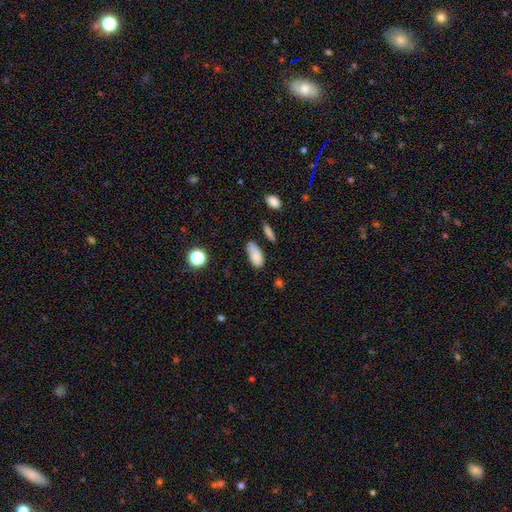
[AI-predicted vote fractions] This appears to be a smooth galaxy with no disk features (82%) that is in between round and cigar-shaped (85%). Merging: none (59%).